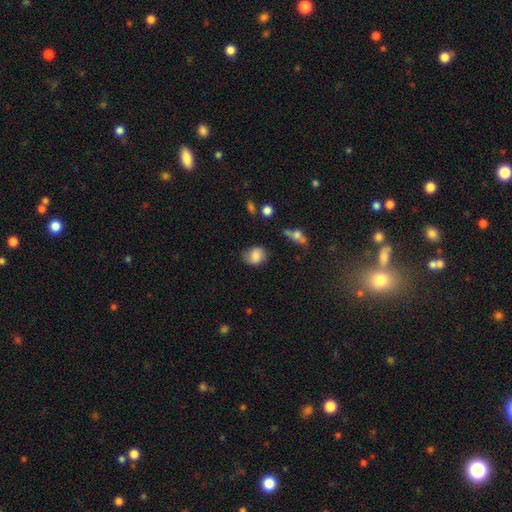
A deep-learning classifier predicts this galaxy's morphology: The model was most divided on "how rounded": round: 54%, in between: 45%, cigar-shaped: 1%. More confident: smooth or featured — smooth (76%); merging — none (63%).